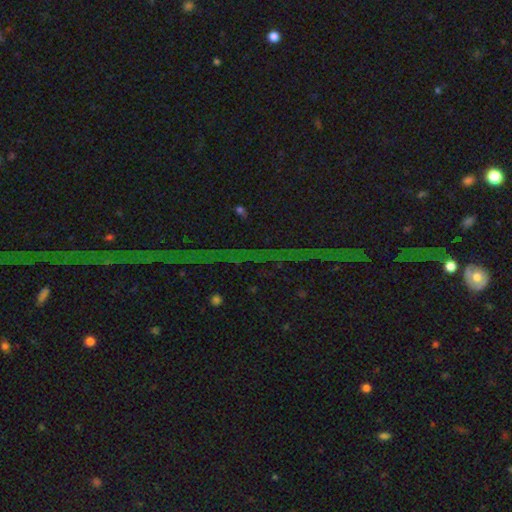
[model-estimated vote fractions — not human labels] A star or artifact, not a galaxy (83%).

Vote fractions:
- Smooth or featured? star or artifact: 83% / featured or disk: 10% / smooth: 7%